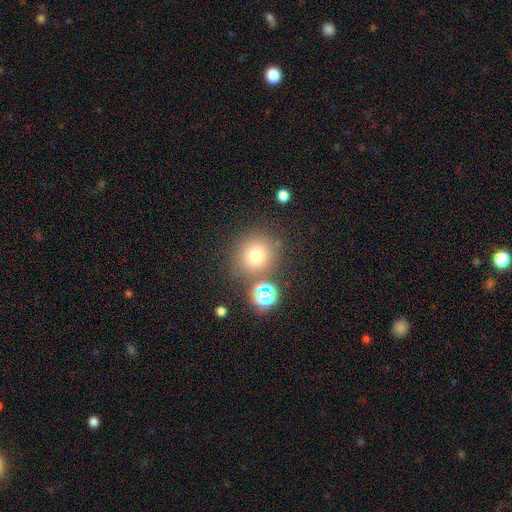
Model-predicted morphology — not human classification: A smooth galaxy with no disk features (74%) that is round (88%). Merging: none (74%).